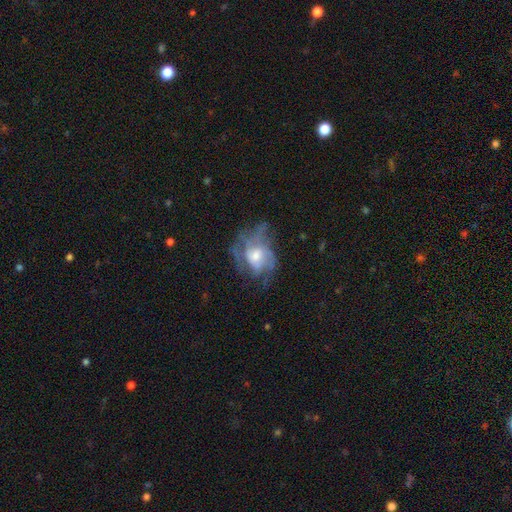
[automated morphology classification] Smooth or featured? Predicted: featured or disk (p=0.70). Edge-on disk? Predicted: no (p=0.97). Bar? Predicted: no (p=0.67). Spiral arms? Predicted: yes (p=0.75). Spiral winding? Predicted: medium (p=0.43). Spiral arm count? Predicted: can't tell (p=0.41). Bulge size? Predicted: moderate (p=0.57). Merging? Predicted: none (p=0.46).